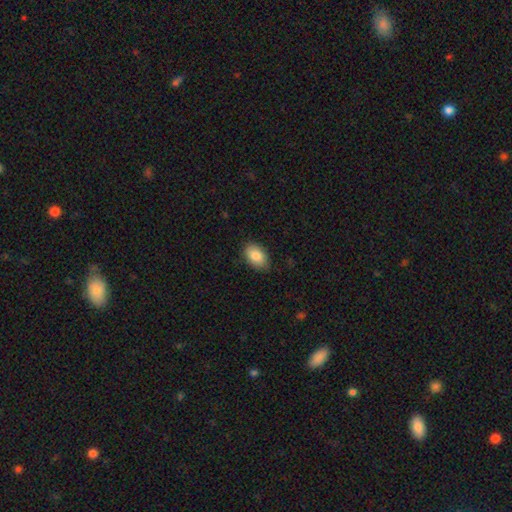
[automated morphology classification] smooth_or_featured: smooth (p=0.86) [alt: star or artifact p=0.07]
how_rounded: in between (p=0.91) [alt: round p=0.08]
merging: none (p=0.84) [alt: minor disturbance p=0.13]